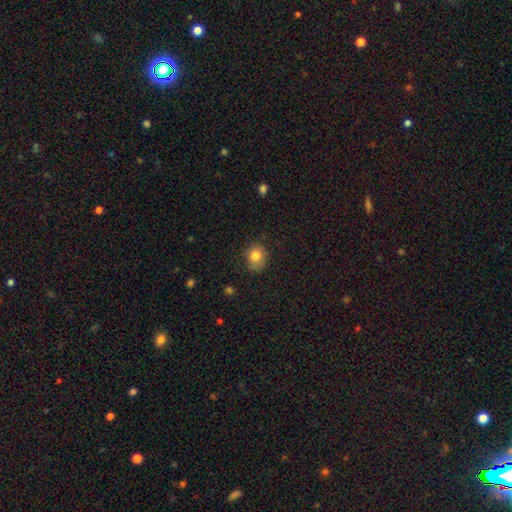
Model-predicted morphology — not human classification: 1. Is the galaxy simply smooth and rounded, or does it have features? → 82% smooth, 10% star or artifact, 7% featured or disk.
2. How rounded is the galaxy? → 69% round, 30% in between, 1% cigar-shaped.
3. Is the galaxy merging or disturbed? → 78% none, 17% minor disturbance, 4% major disturbance, 1% merger.